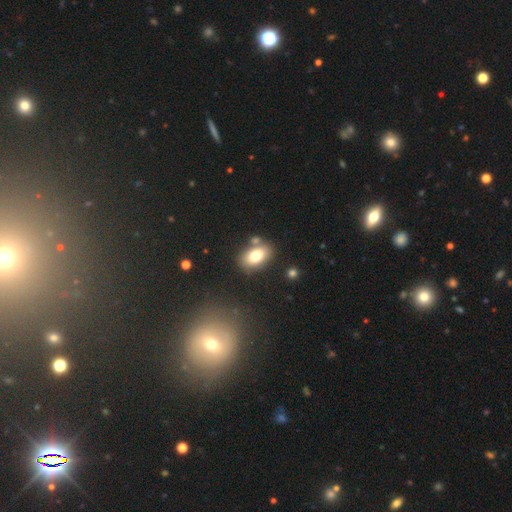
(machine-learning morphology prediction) smooth_or_featured: smooth (p=0.78) [alt: featured or disk p=0.13]
how_rounded: in between (p=0.88) [alt: round p=0.10]
merging: none (p=0.71) [alt: merger p=0.14]